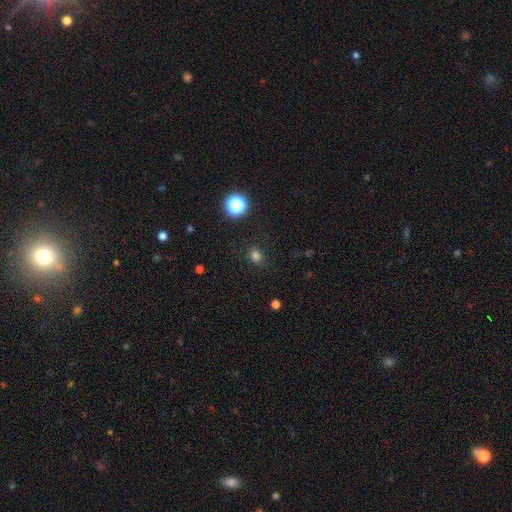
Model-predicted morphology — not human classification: Smooth or featured: smooth — 78% (star or artifact — 17%)
How rounded: round — 66% (in between — 33%)
Merging: none — 86% (minor disturbance — 9%)